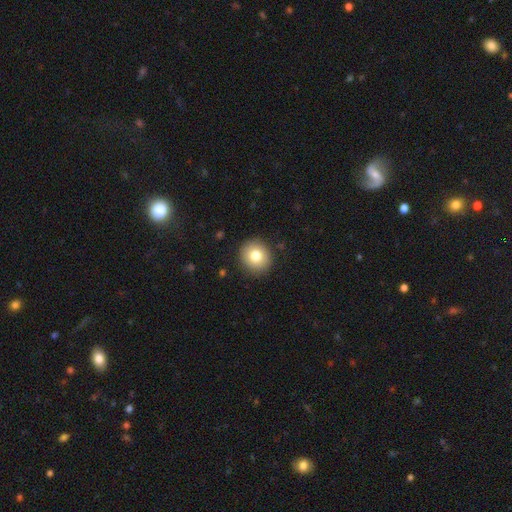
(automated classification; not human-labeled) Smooth or featured: smooth — 79% (featured or disk — 11%)
How rounded: round — 89% (in between — 10%)
Merging: none — 90% (minor disturbance — 6%)